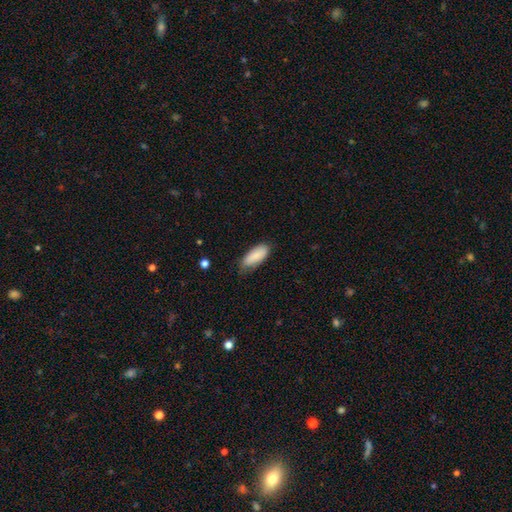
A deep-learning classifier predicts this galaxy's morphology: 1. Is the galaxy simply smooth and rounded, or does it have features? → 83% smooth, 11% featured or disk, 6% star or artifact.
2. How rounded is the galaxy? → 84% in between, 14% cigar-shaped, 2% round.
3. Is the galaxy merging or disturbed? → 66% none, 28% minor disturbance, 4% major disturbance, 1% merger.